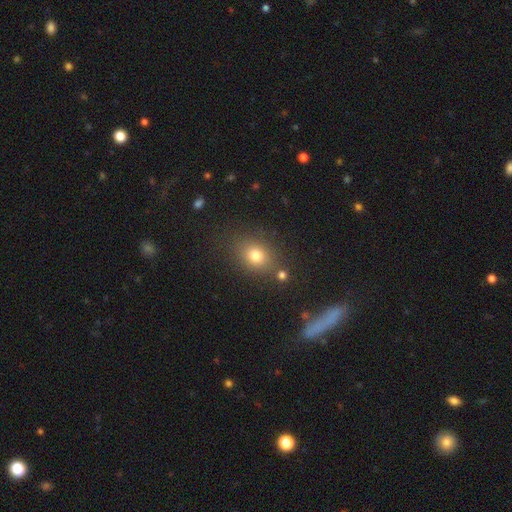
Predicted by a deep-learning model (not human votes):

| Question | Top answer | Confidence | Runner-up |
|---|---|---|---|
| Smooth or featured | smooth | 76% | star or artifact (15%) |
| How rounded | round | 54% | in between (45%) |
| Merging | none | 77% | minor disturbance (11%) |